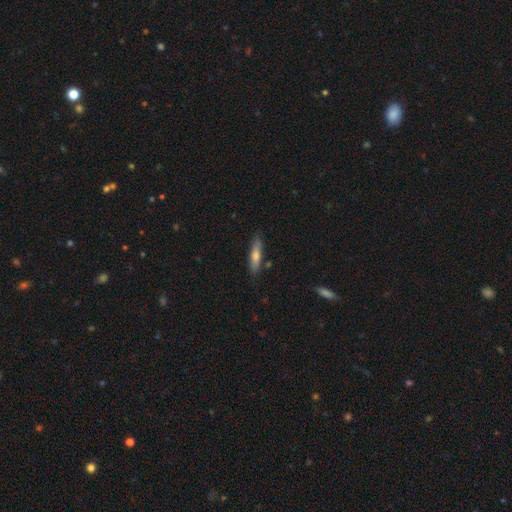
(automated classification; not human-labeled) A smooth galaxy with no disk features (61%) that is cigar-shaped (78%). Merging: none (81%).